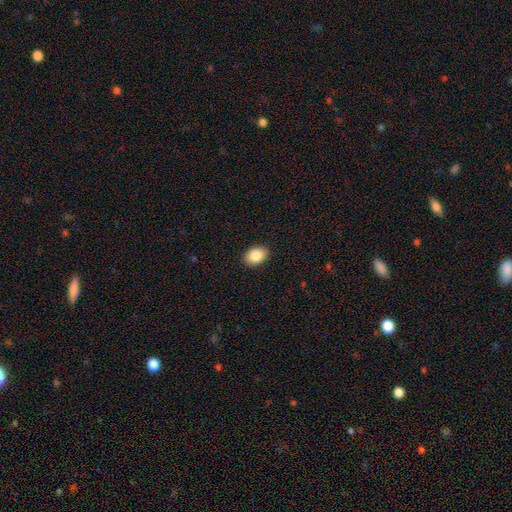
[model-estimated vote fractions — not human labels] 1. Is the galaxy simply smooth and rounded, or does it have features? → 87% smooth, 7% star or artifact, 5% featured or disk.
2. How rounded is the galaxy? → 79% in between, 20% round, 1% cigar-shaped.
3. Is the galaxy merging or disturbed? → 89% none, 8% minor disturbance, 2% major disturbance, 1% merger.